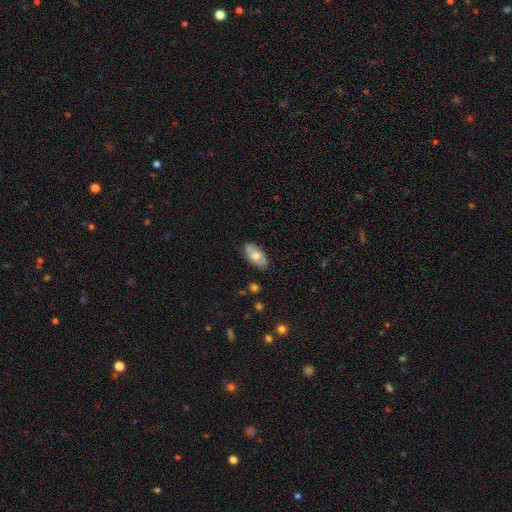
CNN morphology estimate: smooth_or_featured: smooth (p=0.63) [alt: featured or disk p=0.31]
how_rounded: in between (p=0.93) [alt: cigar-shaped p=0.04]
merging: none (p=0.83) [alt: minor disturbance p=0.13]